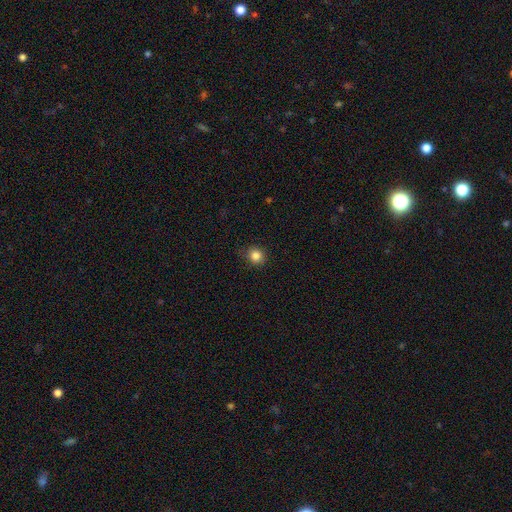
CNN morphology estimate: type=smooth (84%); roundness=round (89%); merging=none (84%).